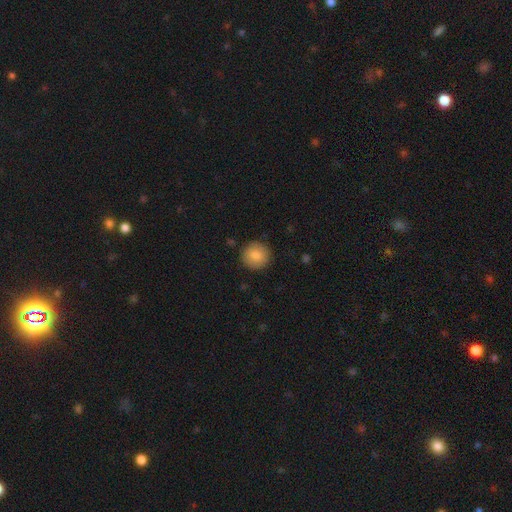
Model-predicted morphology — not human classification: Smooth or featured? smooth (83%)
How rounded? round (94%)
Merging? none (90%)